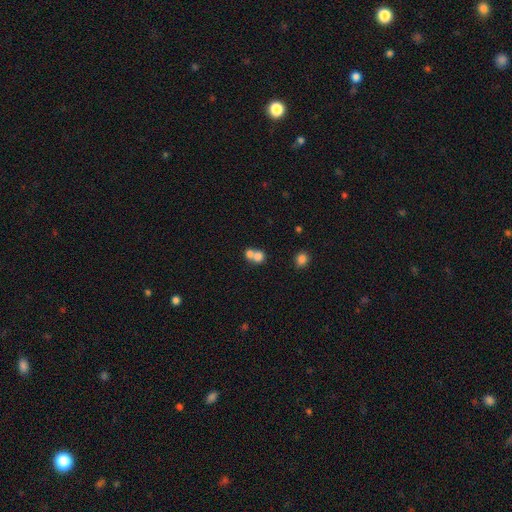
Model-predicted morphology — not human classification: A smooth galaxy with no disk features (75%) that is round (75%). Merging: merger (66%).